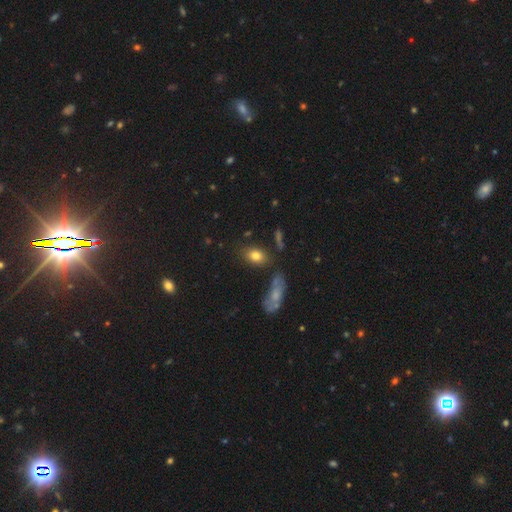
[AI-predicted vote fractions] Smooth or featured? smooth (79%)
How rounded? in between (82%)
Merging? none (74%)